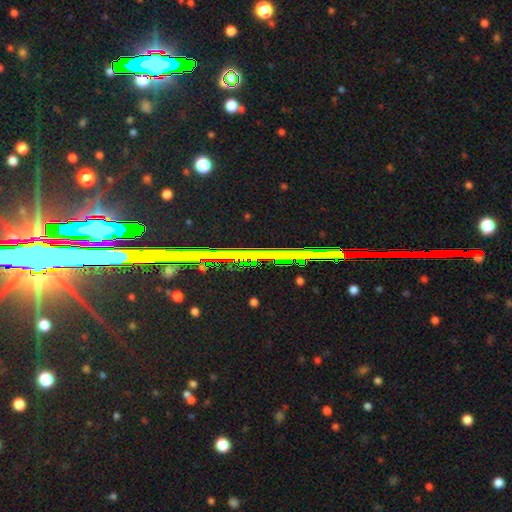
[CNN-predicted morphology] The model was most divided on "smooth or featured": star or artifact: 82%, featured or disk: 11%, smooth: 7%.